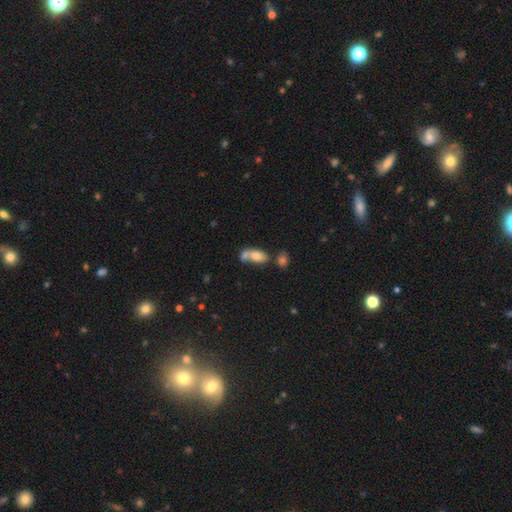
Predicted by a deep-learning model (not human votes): Smooth or featured? Predicted: smooth (p=0.71). How rounded? Predicted: in between (p=0.82). Merging? Predicted: merger (p=0.55).